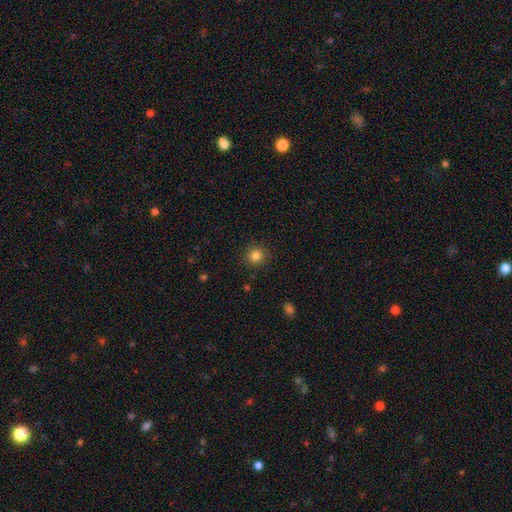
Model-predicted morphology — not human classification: A smooth galaxy with no disk features (83%) that is round (93%). Merging: none (90%).